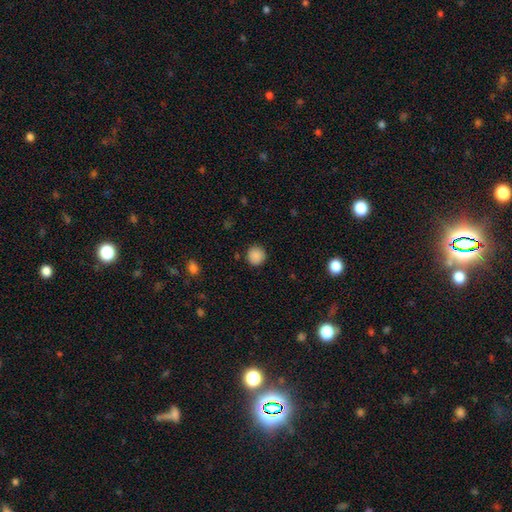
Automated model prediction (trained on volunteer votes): Smooth or featured? Predicted: smooth (p=0.87). How rounded? Predicted: round (p=0.93). Merging? Predicted: none (p=0.88).